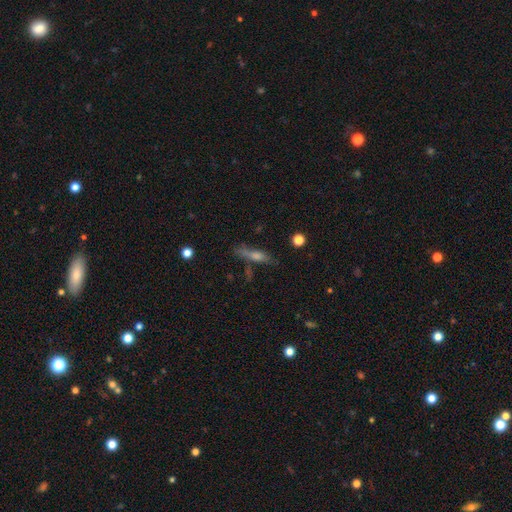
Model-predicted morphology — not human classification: The model was most divided on "smooth or featured": smooth: 45%, featured or disk: 42%, star or artifact: 13%. More confident: merging — none (64%).